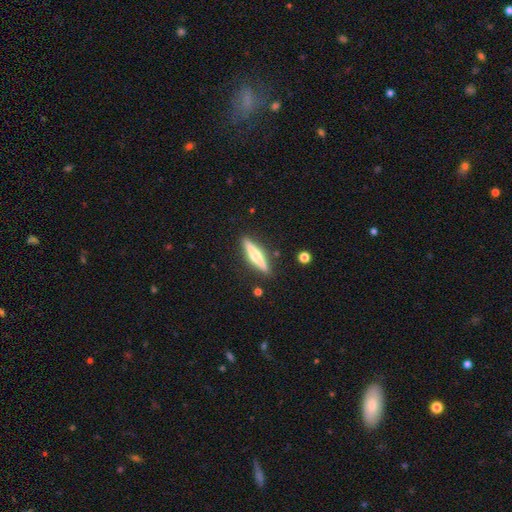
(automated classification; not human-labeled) Smooth or featured? featured or disk (60%)
Edge-on disk? yes (96%)
Edge-on bulge? rounded (87%)
Merging? none (88%)